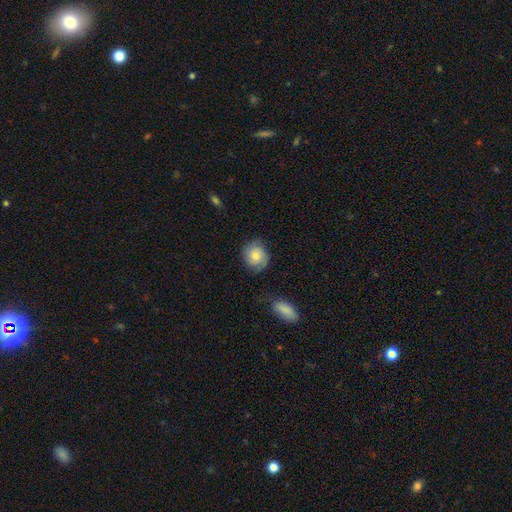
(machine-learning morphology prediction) Smooth or featured? smooth (62%)
How rounded? round (73%)
Merging? none (72%)